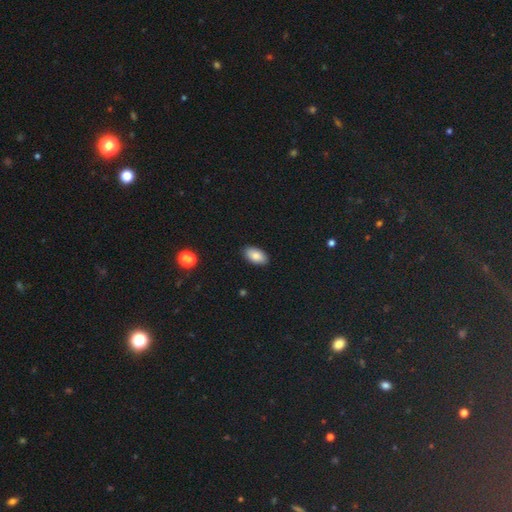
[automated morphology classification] A smooth galaxy with no disk features (84%) that is in between round and cigar-shaped (94%).

Vote fractions:
- Smooth or featured? smooth: 84% / featured or disk: 8% / star or artifact: 8%
- How rounded? in between: 94% / round: 4% / cigar-shaped: 2%
- Merging? none: 89% / minor disturbance: 8% / major disturbance: 2% / merger: 1%